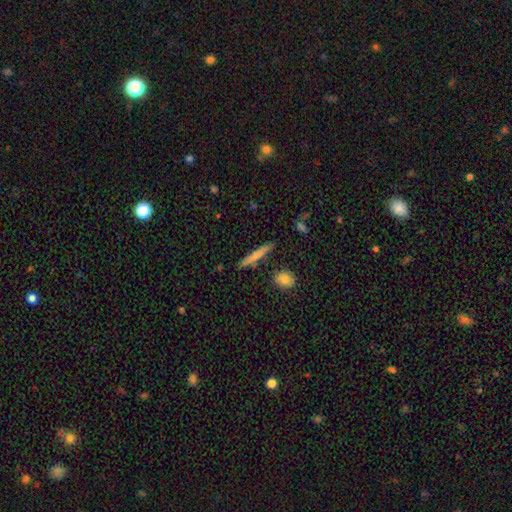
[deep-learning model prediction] Morphology: type=smooth (70%); roundness=cigar-shaped (93%); merging=none (88%).